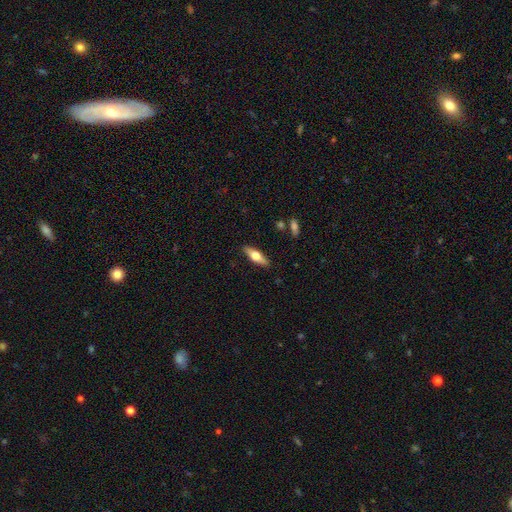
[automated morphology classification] Overall: featured or disk (50%; smooth 44%). Edge-on disk: yes (91%). Merging: none (88%).